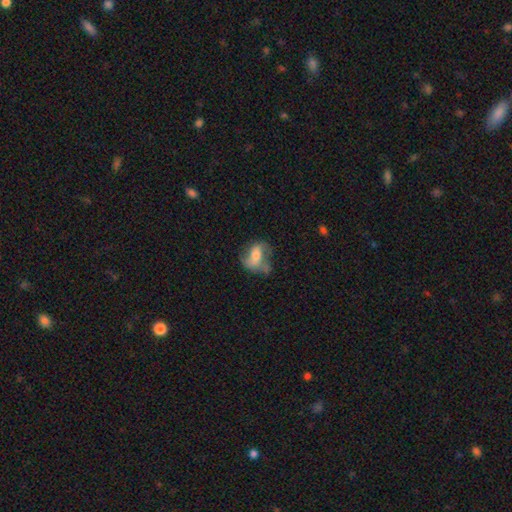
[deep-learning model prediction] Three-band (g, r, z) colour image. It shows a featured or disk galaxy (51%). Merging: none (42%).